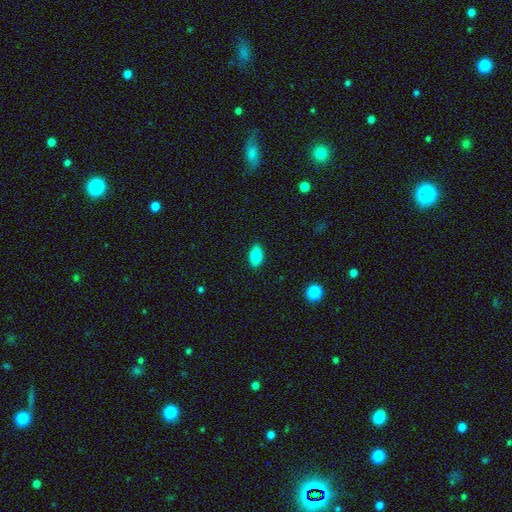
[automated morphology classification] Q: Smooth or featured?
A: smooth (85%); runner-up: star or artifact (8%)
Q: How rounded?
A: in between (91%); runner-up: cigar-shaped (5%)
Q: Merging?
A: none (89%); runner-up: minor disturbance (8%)